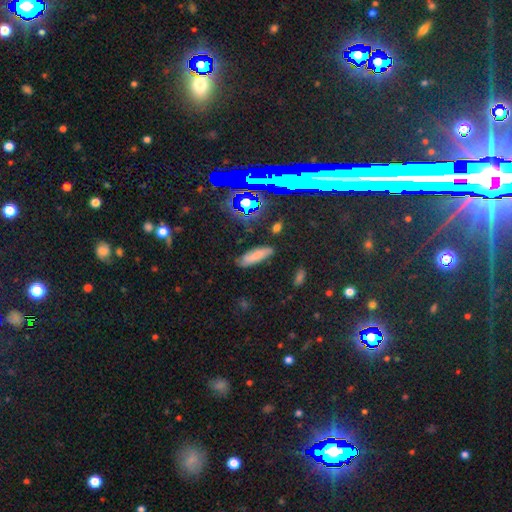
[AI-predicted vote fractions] A smooth galaxy with no disk features (67%) that is in between round and cigar-shaped (49%).

Vote fractions:
- Smooth or featured? smooth: 67% / star or artifact: 18% / featured or disk: 14%
- How rounded? in between: 49% / cigar-shaped: 48% / round: 3%
- Merging? none: 77% / minor disturbance: 16% / major disturbance: 4% / merger: 3%